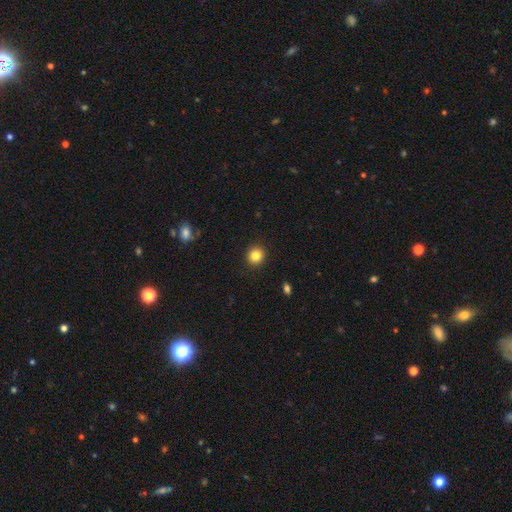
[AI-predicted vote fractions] Smooth or featured? smooth (84%)
How rounded? round (89%)
Merging? none (92%)